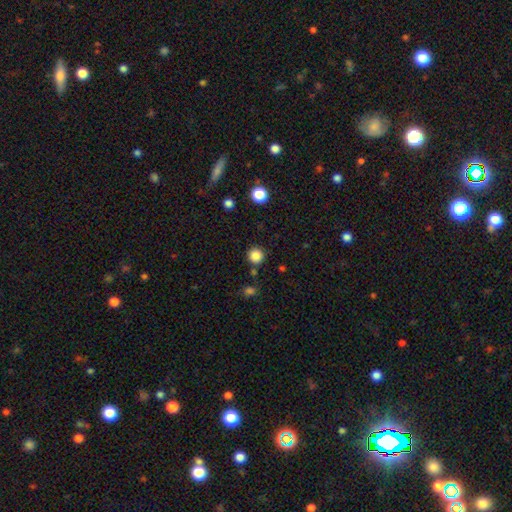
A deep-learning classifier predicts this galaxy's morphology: smooth-or-featured: smooth: 85% | star or artifact: 11% | featured or disk: 3%
  how-rounded: round: 95% | in between: 4% | cigar-shaped: 1%
  merging: none: 88% | minor disturbance: 6% | merger: 3% | major disturbance: 2%